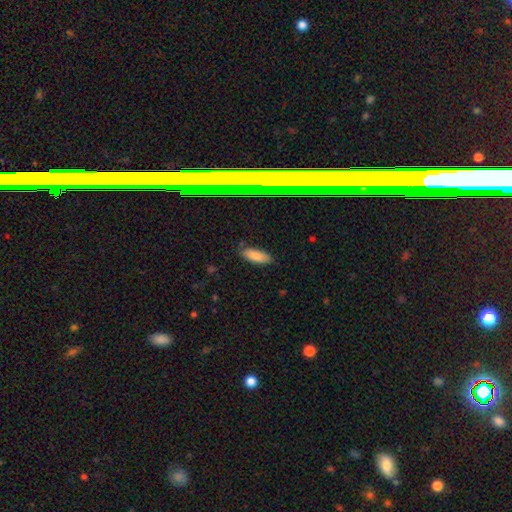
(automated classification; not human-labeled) Smooth or featured? Predicted: smooth (p=0.83). How rounded? Predicted: in between (p=0.76). Merging? Predicted: none (p=0.83).